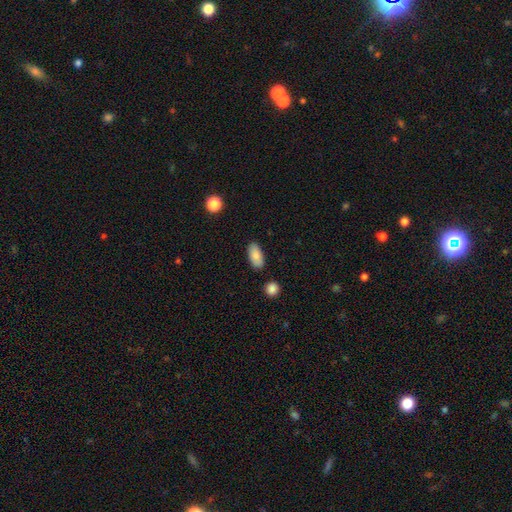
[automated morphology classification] smooth-or-featured: smooth: 85% | featured or disk: 9% | star or artifact: 7%
  how-rounded: in between: 90% | cigar-shaped: 7% | round: 3%
  merging: none: 85% | minor disturbance: 10% | merger: 3% | major disturbance: 2%